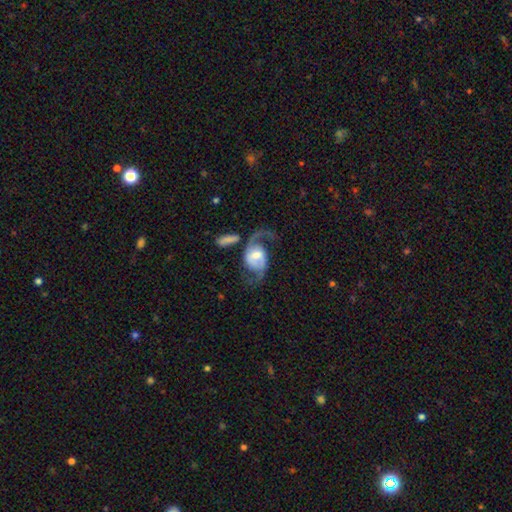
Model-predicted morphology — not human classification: type=featured or disk (81%); edge-on=no (97%); bar=weak (44%); spiral arms=yes (94%); winding=loose (63%); arm count=2 (85%); bulge=moderate (54%); merging=none (48%).